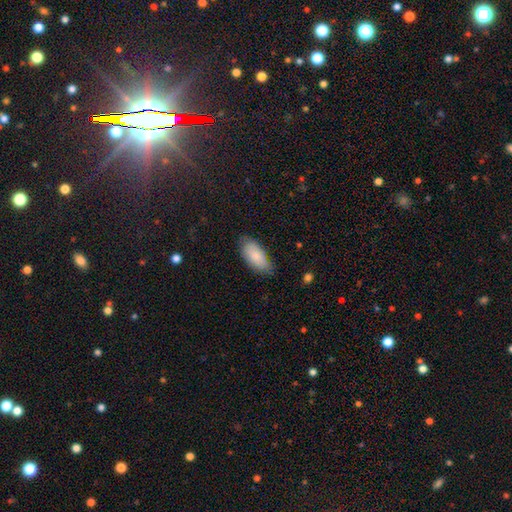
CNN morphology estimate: The model was most divided on "merging": none: 73%, minor disturbance: 22%, major disturbance: 4%, merger: 1%. More confident: how rounded — in between (92%); smooth or featured — smooth (84%).